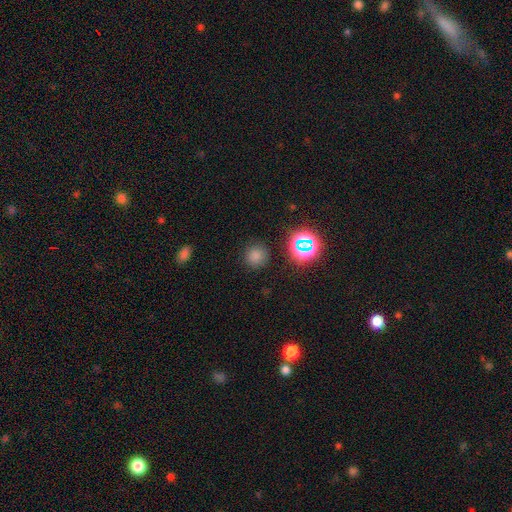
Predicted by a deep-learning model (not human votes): Q: Smooth or featured?
A: smooth (72%); runner-up: star or artifact (22%)
Q: How rounded?
A: round (90%); runner-up: in between (9%)
Q: Merging?
A: none (86%); runner-up: minor disturbance (8%)